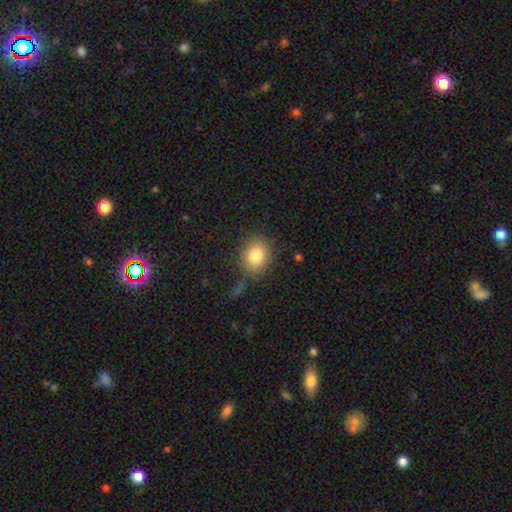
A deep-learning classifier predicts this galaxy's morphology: smooth 82%, star or artifact 10%, featured or disk 9%. Down the decision tree: how rounded — round (58%); merging — none (74%).